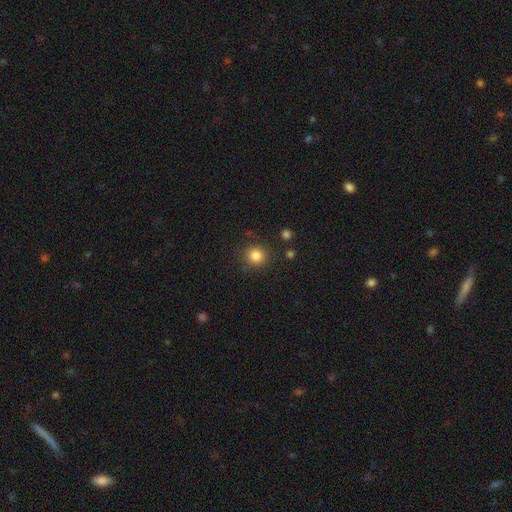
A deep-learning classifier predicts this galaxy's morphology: This appears to be a smooth galaxy with no disk features (84%) that is round (90%). Merging: none (85%).